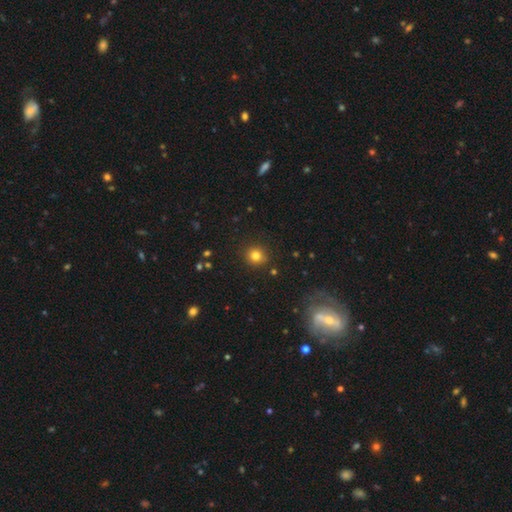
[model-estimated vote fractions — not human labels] smooth 80%, star or artifact 14%, featured or disk 6%. Down the decision tree: how rounded — round (90%); merging — none (90%).